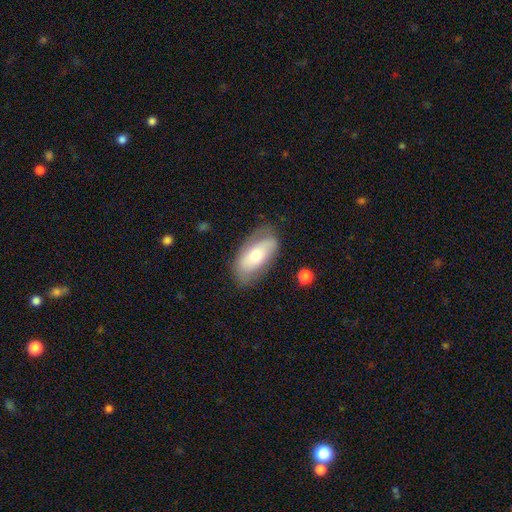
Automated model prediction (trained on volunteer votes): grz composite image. It shows a smooth galaxy with no disk features (56%) that is in between round and cigar-shaped (90%). Merging: none (73%).